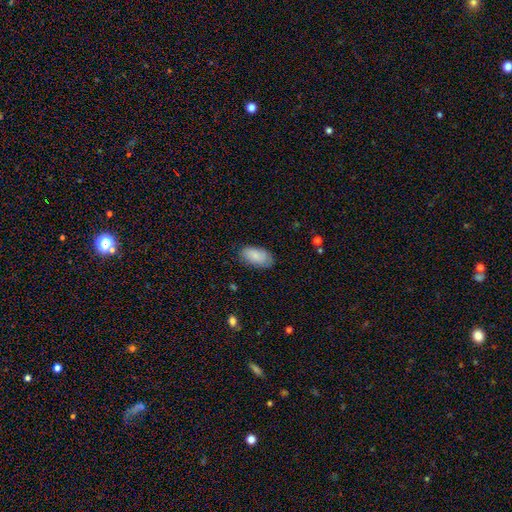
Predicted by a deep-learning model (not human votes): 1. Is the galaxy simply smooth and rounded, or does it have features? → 85% smooth, 9% featured or disk, 6% star or artifact.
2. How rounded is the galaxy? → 94% in between, 3% cigar-shaped, 2% round.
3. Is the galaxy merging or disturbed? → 80% none, 16% minor disturbance, 3% major disturbance, 1% merger.